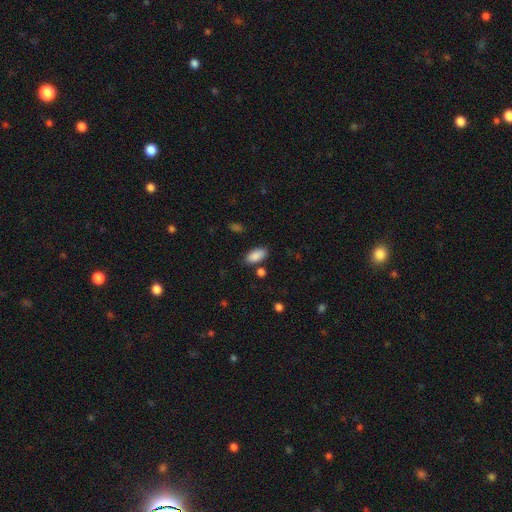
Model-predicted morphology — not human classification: A smooth galaxy with no disk features (89%) that is in between round and cigar-shaped (92%). Merging: none (80%).